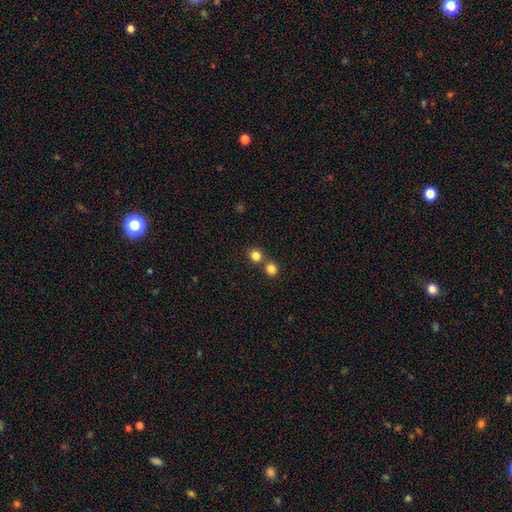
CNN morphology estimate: Overall: smooth (83%). How rounded: round (84%). Merging: none (61%; merger 31%).